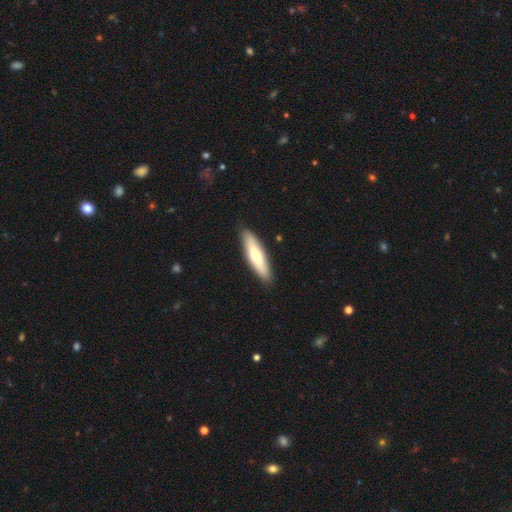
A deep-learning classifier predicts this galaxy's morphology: Smooth or featured? smooth (61%)
How rounded? cigar-shaped (67%)
Merging? none (89%)